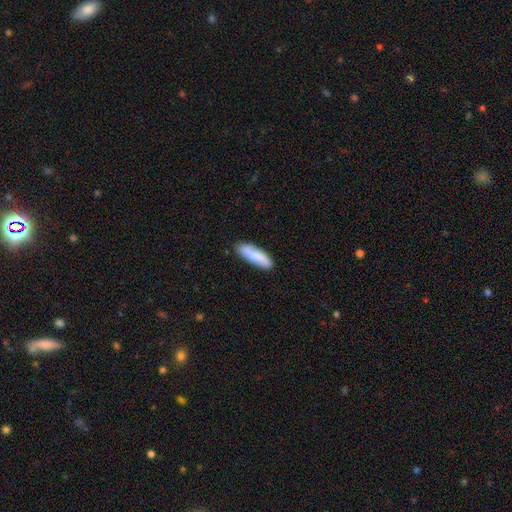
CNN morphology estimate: This is clearly a smooth galaxy (81%). How rounded: possibly cigar-shaped (58%). Merging: likely none (80%).